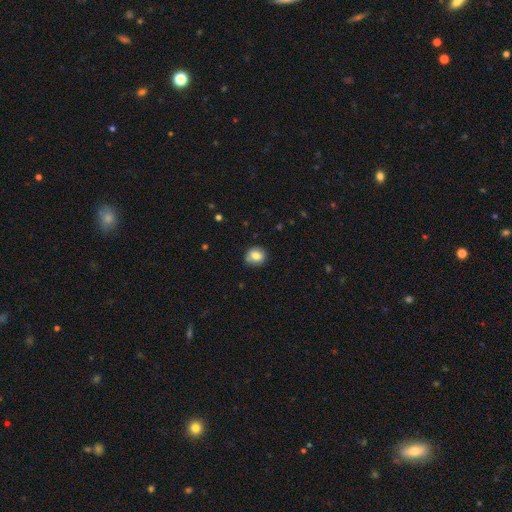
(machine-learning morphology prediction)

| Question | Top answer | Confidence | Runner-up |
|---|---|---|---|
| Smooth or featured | smooth | 82% | star or artifact (10%) |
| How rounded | round | 75% | in between (24%) |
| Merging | none | 77% | minor disturbance (18%) |